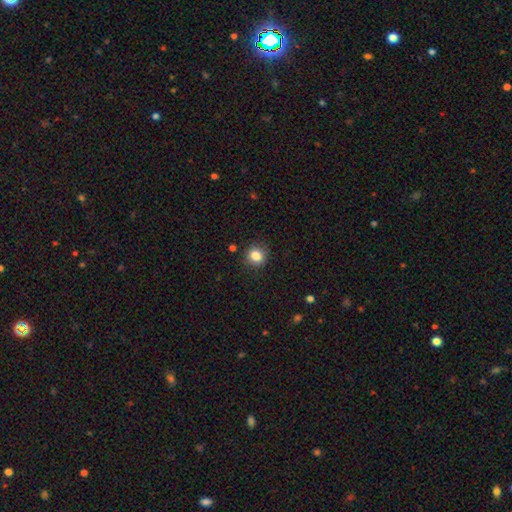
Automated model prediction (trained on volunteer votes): Morphology: type=smooth (84%); roundness=round (81%); merging=none (87%).